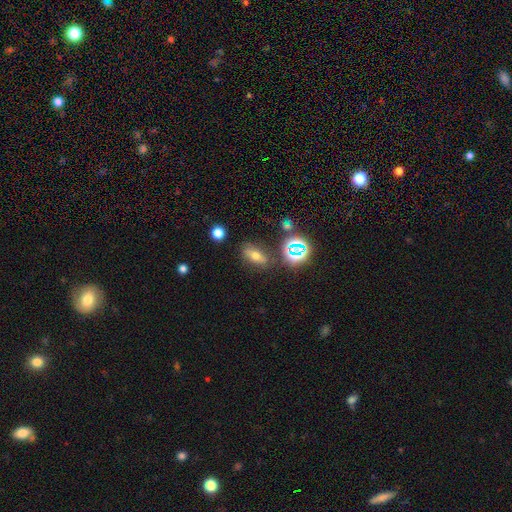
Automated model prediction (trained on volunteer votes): smooth-or-featured: smooth: 52% | star or artifact: 25% | featured or disk: 22%
  how-rounded: in between: 68% | cigar-shaped: 16% | round: 15%
  merging: none: 77% | minor disturbance: 14% | major disturbance: 5% | merger: 4%